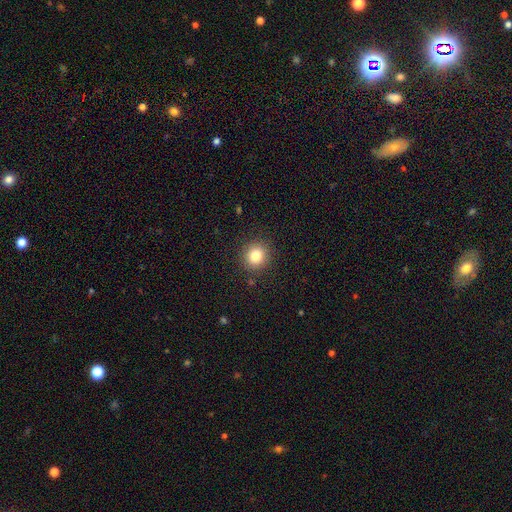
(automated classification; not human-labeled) Morphology: type=smooth (82%); roundness=round (87%); merging=none (89%).